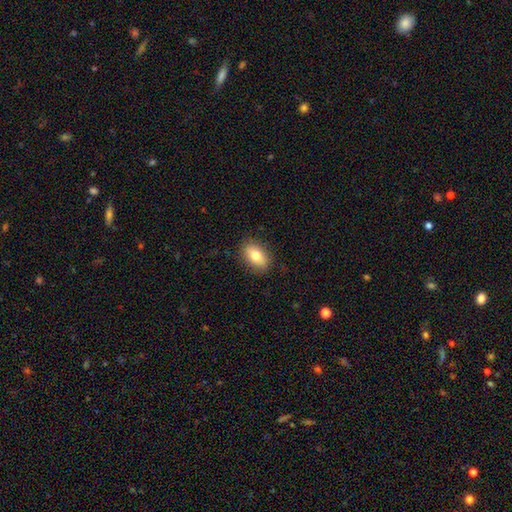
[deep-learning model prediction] A smooth galaxy with no disk features (76%) that is in between round and cigar-shaped (86%).

Vote fractions:
- Smooth or featured? smooth: 76% / featured or disk: 17% / star or artifact: 7%
- How rounded? in between: 86% / round: 11% / cigar-shaped: 3%
- Merging? none: 86% / minor disturbance: 10% / major disturbance: 2% / merger: 1%